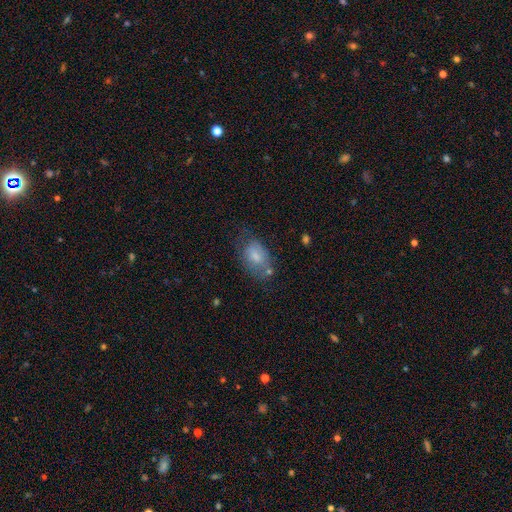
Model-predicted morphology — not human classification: Smooth or featured? smooth (67%)
How rounded? in between (88%)
Merging? none (47%)